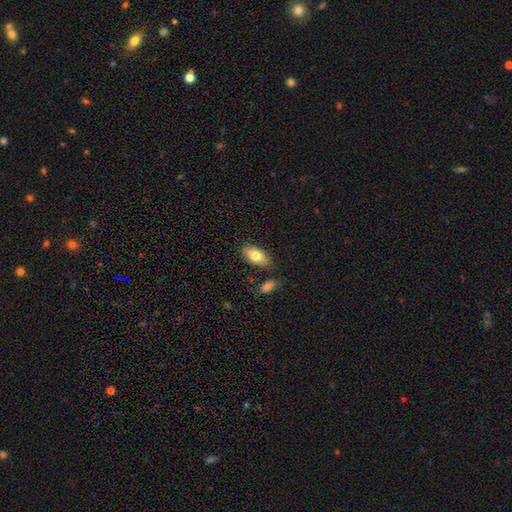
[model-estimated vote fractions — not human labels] Overall: smooth (79%). How rounded: in between (91%). Merging: none (80%).